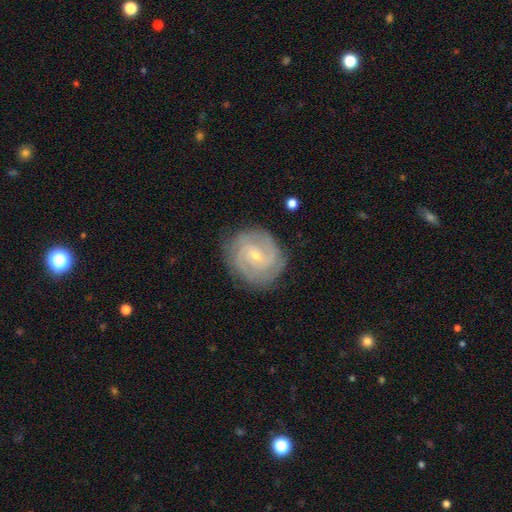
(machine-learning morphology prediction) type=featured or disk (84%); edge-on=no (98%); bar=no (49%); spiral arms=yes (96%); winding=tight (68%); arm count=2 (35%); bulge=small (74%); merging=none (83%).